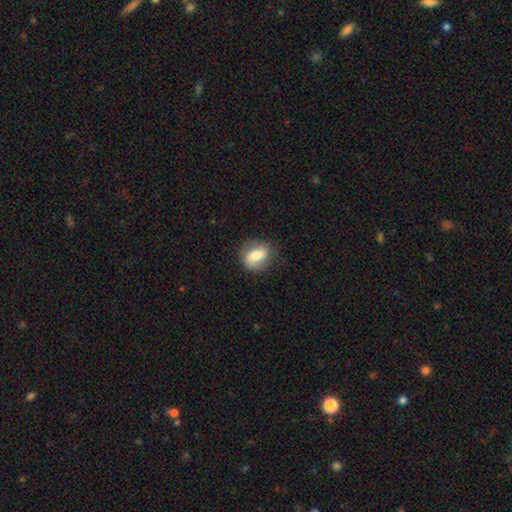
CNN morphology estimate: This is likely a smooth galaxy (66%). How rounded: likely in between (63%). Merging: likely none (78%).